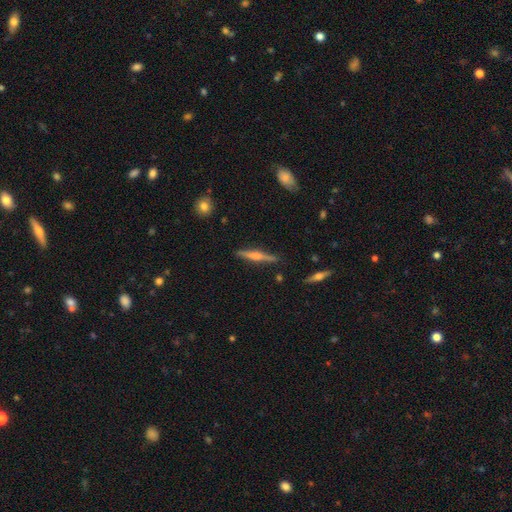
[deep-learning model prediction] Smooth or featured? Predicted: featured or disk (p=0.64). Edge-on disk? Predicted: yes (p=0.98). Edge-on bulge? Predicted: rounded (p=0.72). Merging? Predicted: none (p=0.89).